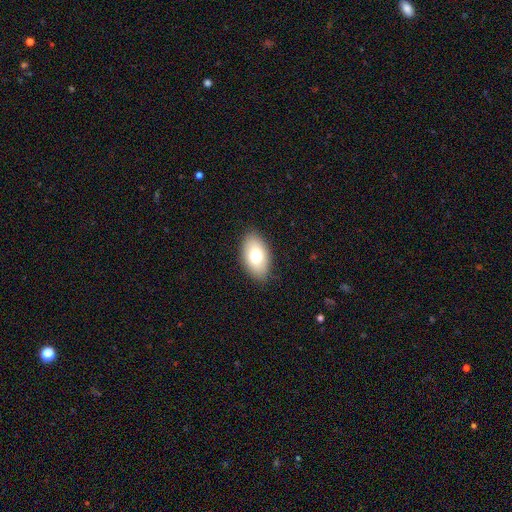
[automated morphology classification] type=smooth (74%); roundness=in between (93%); merging=none (86%).